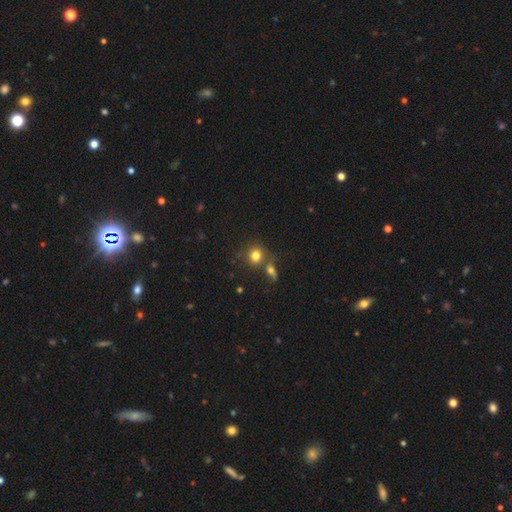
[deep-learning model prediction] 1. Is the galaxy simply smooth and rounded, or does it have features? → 79% smooth, 12% star or artifact, 9% featured or disk.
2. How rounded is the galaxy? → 77% round, 21% in between, 1% cigar-shaped.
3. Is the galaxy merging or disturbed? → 58% none, 28% merger, 10% minor disturbance, 4% major disturbance.